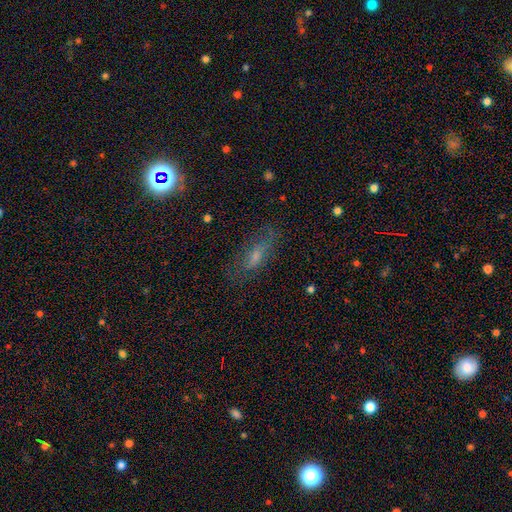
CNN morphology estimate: smooth-or-featured: smooth: 39% | featured or disk: 37% | star or artifact: 24%
  merging: none: 70% | minor disturbance: 19% | major disturbance: 9% | merger: 2%